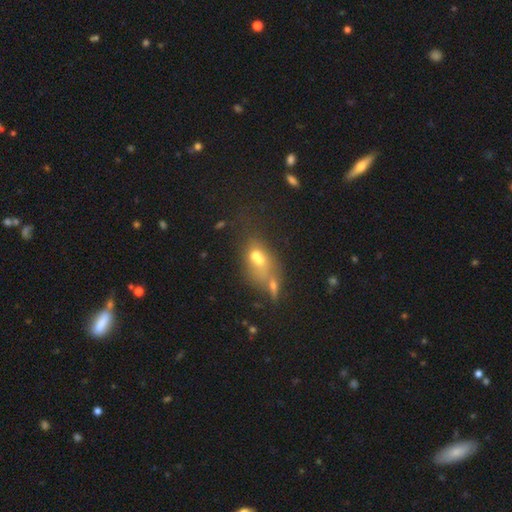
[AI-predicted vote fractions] Smooth or featured: smooth — 52% (featured or disk — 25%)
How rounded: in between — 62% (round — 31%)
Merging: merger — 47% (none — 30%)